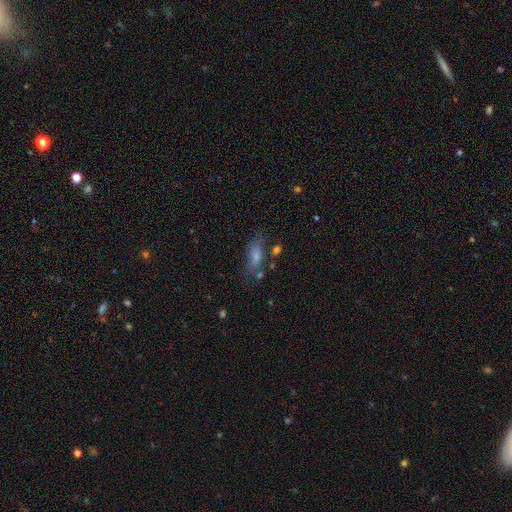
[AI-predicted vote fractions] This appears to be a smooth galaxy with no disk features (66%) that is in between round and cigar-shaped (72%). Merging: none (49%).